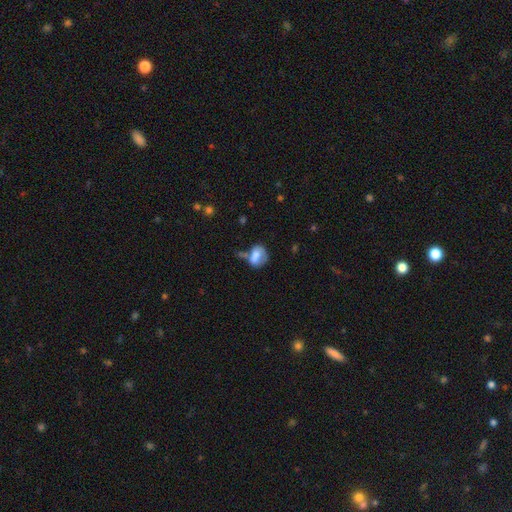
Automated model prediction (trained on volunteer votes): A smooth galaxy with no disk features (66%) that is in between round and cigar-shaped (59%).

Vote fractions:
- Smooth or featured? smooth: 66% / featured or disk: 24% / star or artifact: 9%
- How rounded? in between: 59% / round: 39% / cigar-shaped: 1%
- Merging? none: 35% / minor disturbance: 27% / major disturbance: 20% / merger: 18%